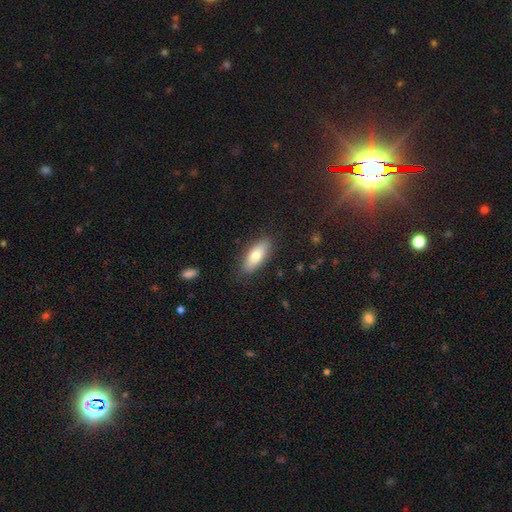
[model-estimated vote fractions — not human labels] Q: Smooth or featured?
A: smooth (78%); runner-up: featured or disk (16%)
Q: How rounded?
A: in between (74%); runner-up: cigar-shaped (24%)
Q: Merging?
A: none (86%); runner-up: minor disturbance (10%)